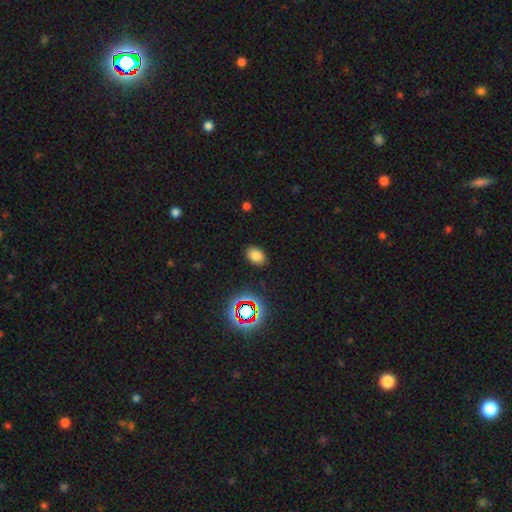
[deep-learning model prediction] Overall: smooth (77%). How rounded: in between (79%). Merging: none (87%).